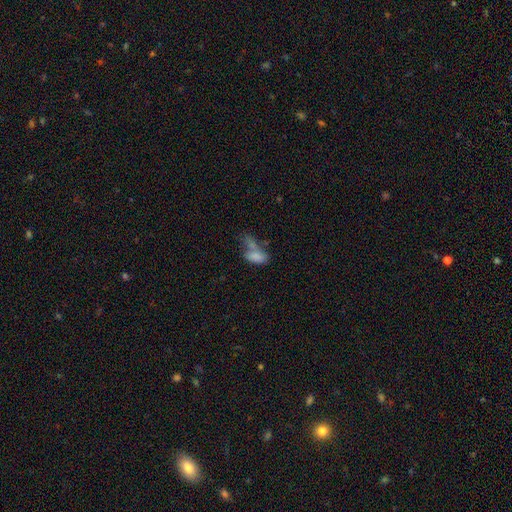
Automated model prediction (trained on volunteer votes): smooth_or_featured: smooth (p=0.75) [alt: featured or disk p=0.15]
how_rounded: in between (p=0.87) [alt: cigar-shaped p=0.09]
merging: merger (p=0.46) [alt: none p=0.23]